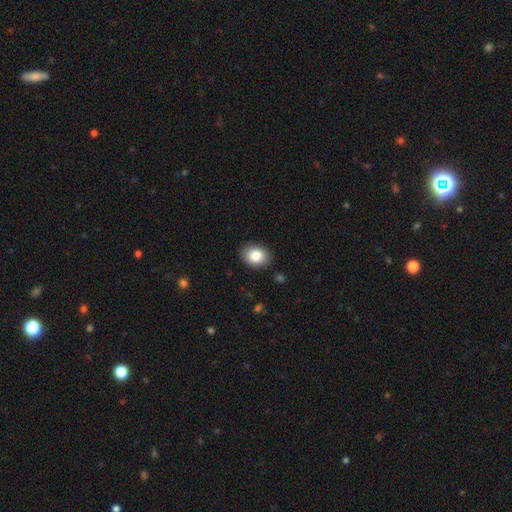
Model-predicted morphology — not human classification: Smooth or featured: smooth — 85% (star or artifact — 8%)
How rounded: in between — 61% (round — 38%)
Merging: none — 88% (minor disturbance — 9%)